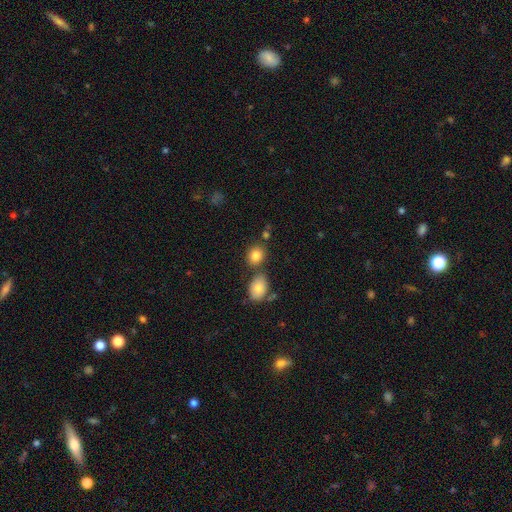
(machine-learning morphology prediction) This is clearly a smooth galaxy (83%). How rounded: possibly round (57%). Merging: likely none (66%).